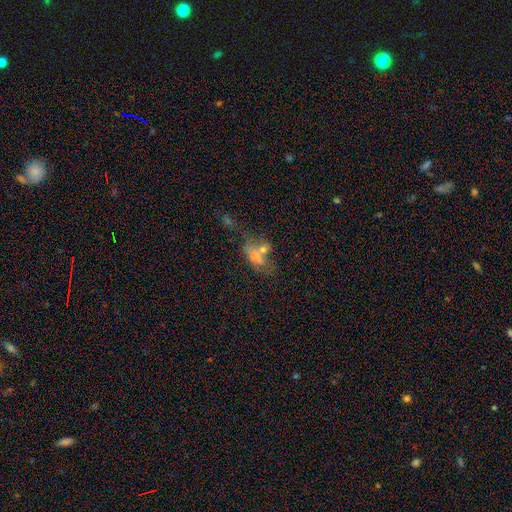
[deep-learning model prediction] Smooth or featured?
  - smooth: 47% *
  - featured or disk: 32%
  - star or artifact: 21%
Merging?
  - none: 34% * (tied)
  - merger: 34% * (tied)
  - minor disturbance: 17%
  - major disturbance: 16%